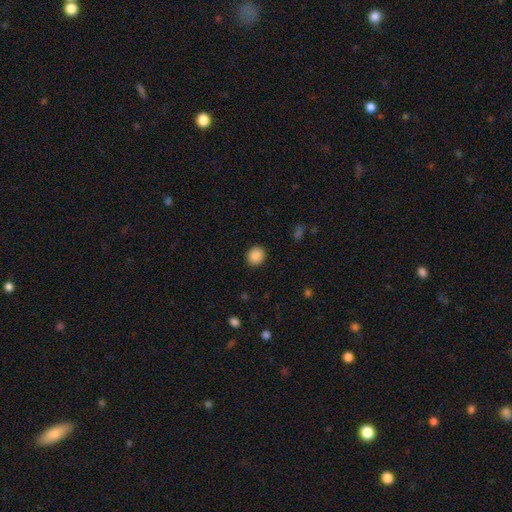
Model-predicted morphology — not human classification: A smooth galaxy with no disk features (89%) that is round (86%). Merging: none (91%).